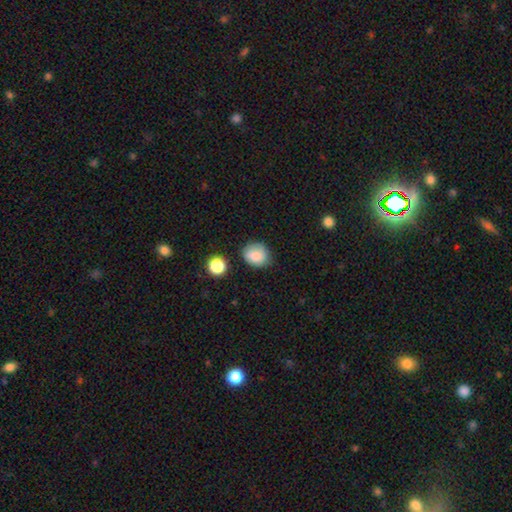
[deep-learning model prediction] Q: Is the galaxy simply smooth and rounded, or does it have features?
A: smooth — 84%.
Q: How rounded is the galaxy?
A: round — 61%.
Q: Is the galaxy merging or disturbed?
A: none — 74%.